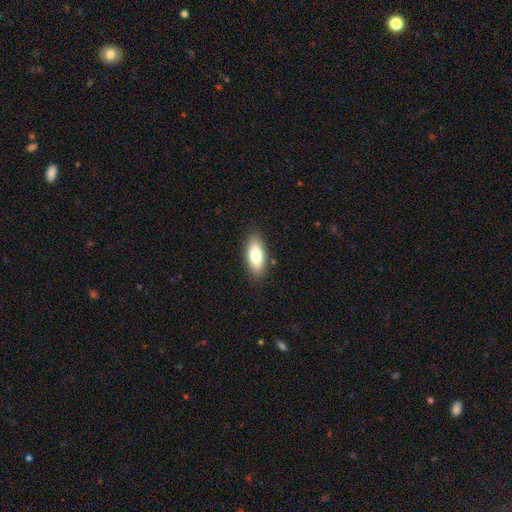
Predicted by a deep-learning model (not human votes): This is likely a smooth galaxy (78%). How rounded: clearly in between (81%). Merging: clearly none (87%).